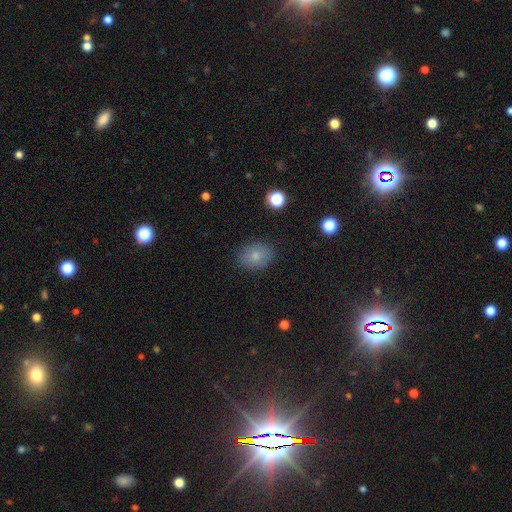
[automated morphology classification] The model was most divided on "how rounded": in between: 54%, round: 45%, cigar-shaped: 1%. More confident: merging — none (86%); smooth or featured — smooth (79%).